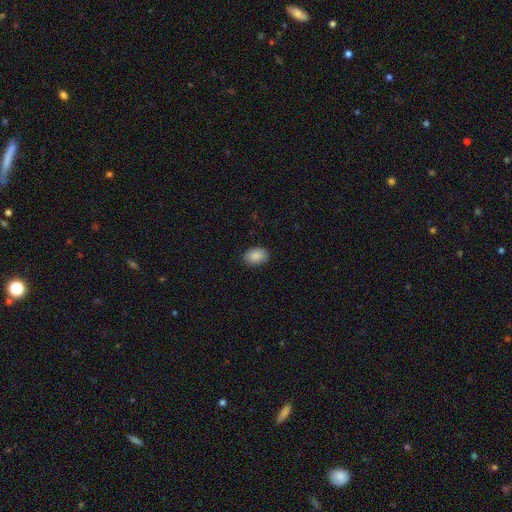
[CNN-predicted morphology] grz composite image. It shows a smooth galaxy with no disk features (89%) that is in between round and cigar-shaped (83%). Merging: none (88%).